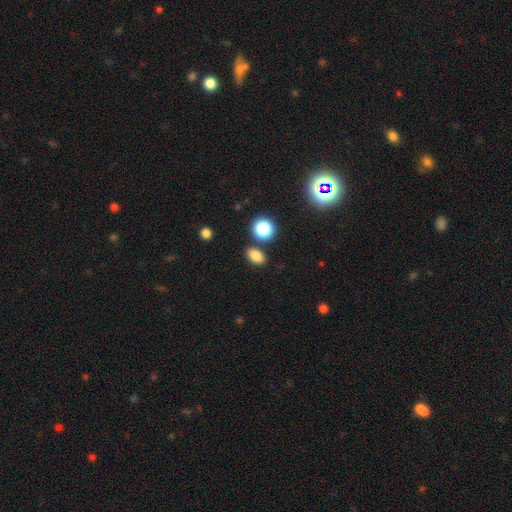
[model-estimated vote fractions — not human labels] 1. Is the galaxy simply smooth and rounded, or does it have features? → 80% smooth, 14% star or artifact, 6% featured or disk.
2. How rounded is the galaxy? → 79% in between, 19% round, 2% cigar-shaped.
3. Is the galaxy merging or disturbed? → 82% none, 9% minor disturbance, 6% merger, 3% major disturbance.